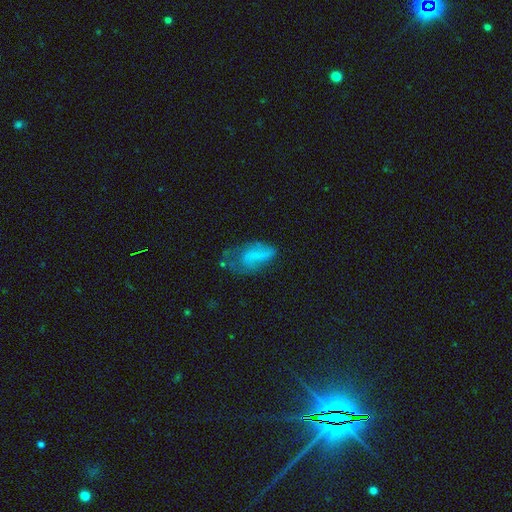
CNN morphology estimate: smooth_or_featured: smooth (p=0.53) [alt: featured or disk p=0.35]
how_rounded: in between (p=0.88) [alt: cigar-shaped p=0.07]
merging: major disturbance (p=0.35) [alt: none p=0.31]